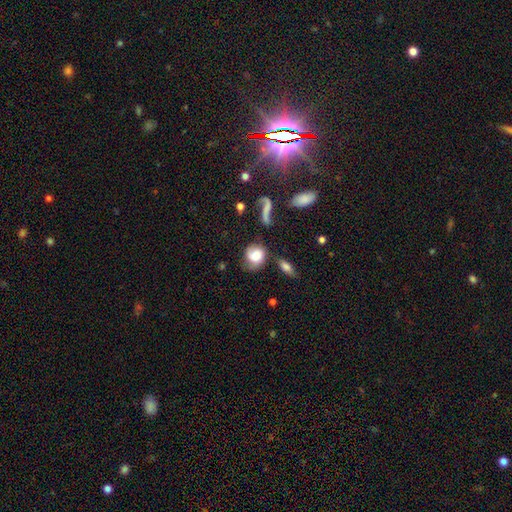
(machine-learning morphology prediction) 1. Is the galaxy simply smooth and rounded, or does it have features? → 61% smooth, 31% featured or disk, 8% star or artifact.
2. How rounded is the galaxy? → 64% round, 34% in between, 2% cigar-shaped.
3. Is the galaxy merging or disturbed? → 48% none, 26% minor disturbance, 17% major disturbance, 9% merger.